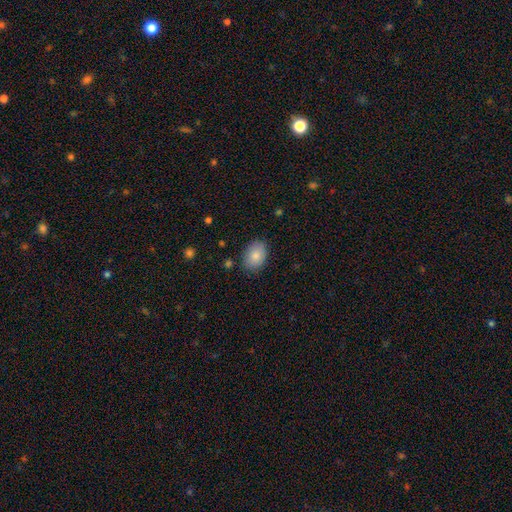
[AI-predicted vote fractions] smooth-or-featured: smooth: 85% | featured or disk: 7% | star or artifact: 7%
  how-rounded: in between: 81% | round: 18% | cigar-shaped: 1%
  merging: none: 84% | minor disturbance: 12% | major disturbance: 3% | merger: 1%